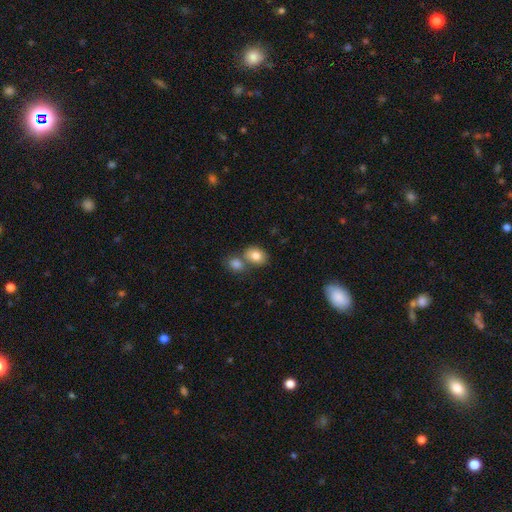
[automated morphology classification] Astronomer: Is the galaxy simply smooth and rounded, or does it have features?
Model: smooth — 82%.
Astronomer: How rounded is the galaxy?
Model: in between — 63%.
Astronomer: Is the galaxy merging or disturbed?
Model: none — 49% (runner-up: merger, 38%).